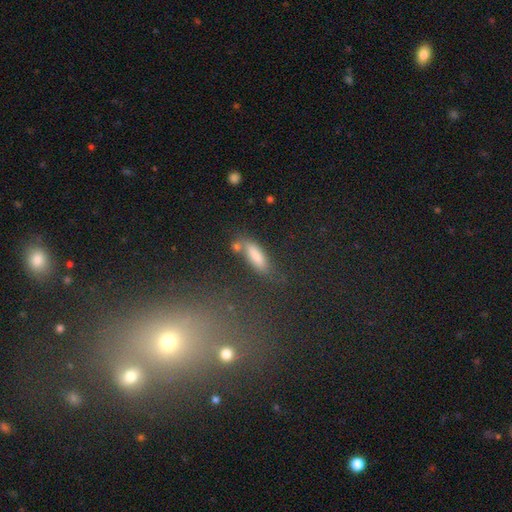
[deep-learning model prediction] Smooth or featured: smooth — 79% (featured or disk — 11%)
How rounded: in between — 54% (cigar-shaped — 43%)
Merging: none — 54% (minor disturbance — 21%)